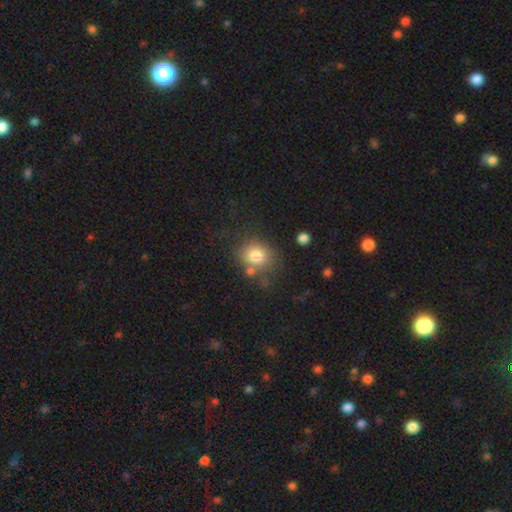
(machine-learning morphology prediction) smooth 80%, star or artifact 11%, featured or disk 9%. Down the decision tree: how rounded — round (68%); merging — none (63%).